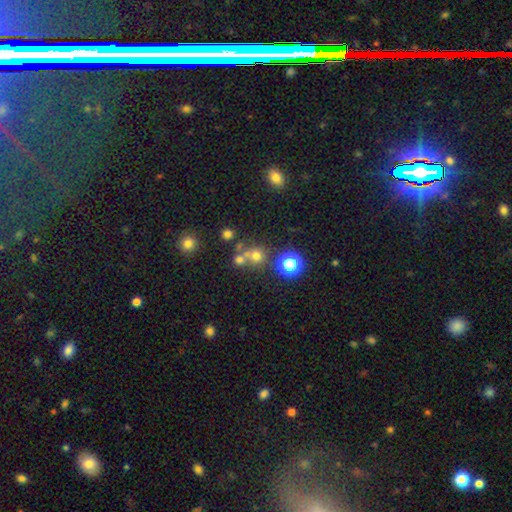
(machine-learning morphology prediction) A smooth galaxy with no disk features (64%) that is round (88%).

Vote fractions:
- Smooth or featured? smooth: 64% / star or artifact: 25% / featured or disk: 11%
- How rounded? round: 88% / in between: 11% / cigar-shaped: 1%
- Merging? none: 58% / merger: 30% / minor disturbance: 8% / major disturbance: 4%